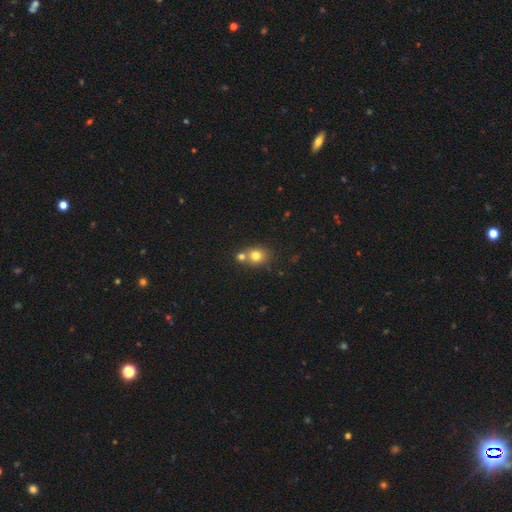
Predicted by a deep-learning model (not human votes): Smooth or featured: smooth — 76% (star or artifact — 12%)
How rounded: round — 68% (in between — 31%)
Merging: none — 52% (merger — 37%)